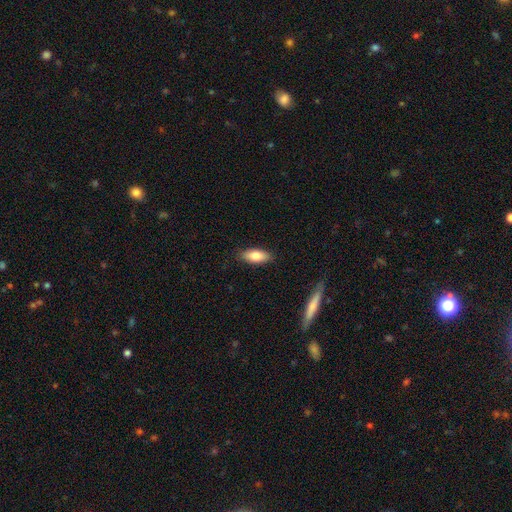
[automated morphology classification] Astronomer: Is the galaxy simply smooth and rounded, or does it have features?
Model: smooth — 78%.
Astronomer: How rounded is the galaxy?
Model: in between — 78%.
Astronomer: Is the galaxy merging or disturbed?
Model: none — 87%.